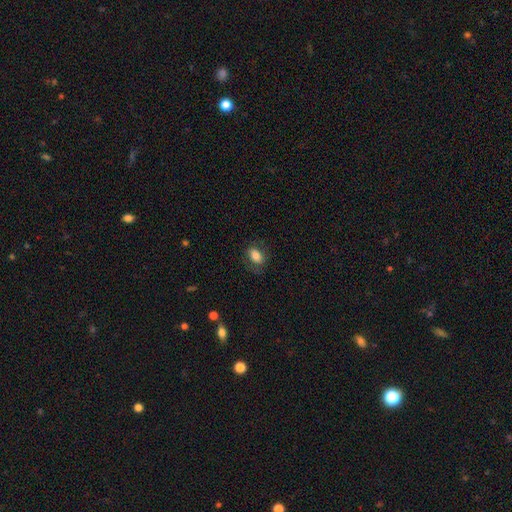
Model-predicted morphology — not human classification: Smooth or featured? Predicted: smooth (p=0.78). How rounded? Predicted: in between (p=0.84). Merging? Predicted: none (p=0.75).